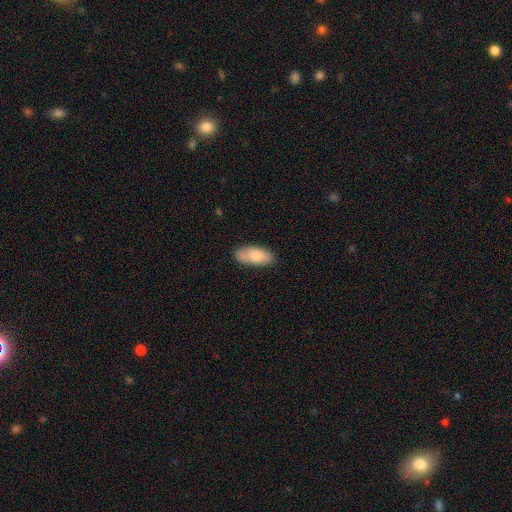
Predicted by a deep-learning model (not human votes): Smooth or featured: smooth — 82% (featured or disk — 12%)
How rounded: in between — 86% (cigar-shaped — 12%)
Merging: none — 71% (minor disturbance — 20%)